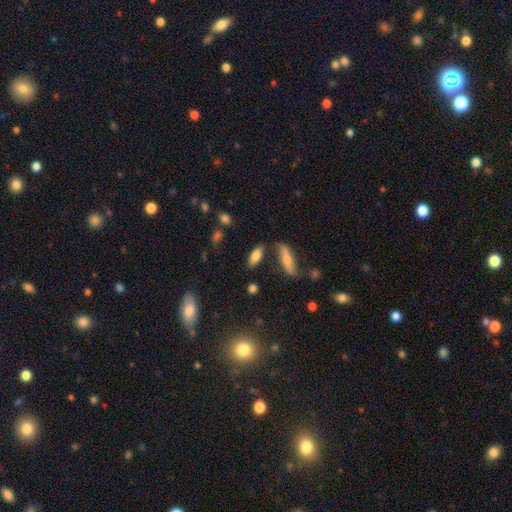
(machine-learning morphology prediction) type=smooth (76%); roundness=in between (72%); merging=none (70%).